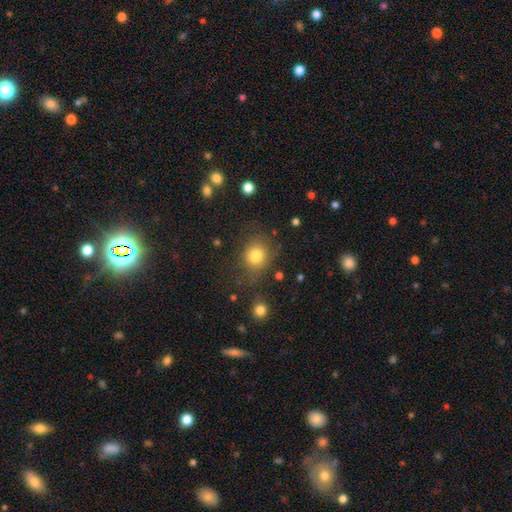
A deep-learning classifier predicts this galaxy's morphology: smooth_or_featured: smooth (p=0.80) [alt: star or artifact p=0.12]
how_rounded: round (p=0.74) [alt: in between p=0.25]
merging: none (p=0.70) [alt: minor disturbance p=0.17]